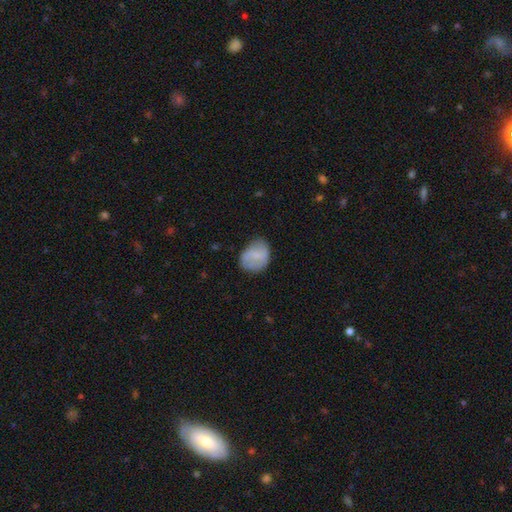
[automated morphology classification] Smooth or featured? Predicted: smooth (p=0.68). How rounded? Predicted: in between (p=0.55). Merging? Predicted: none (p=0.62).